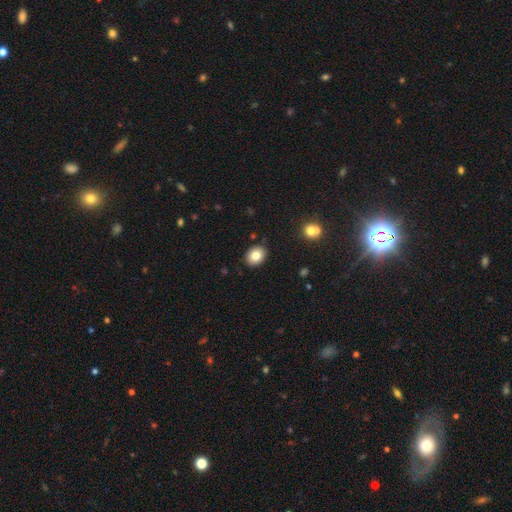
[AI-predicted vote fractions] A smooth galaxy with no disk features (82%) that is in between round and cigar-shaped (55%). Merging: none (89%).